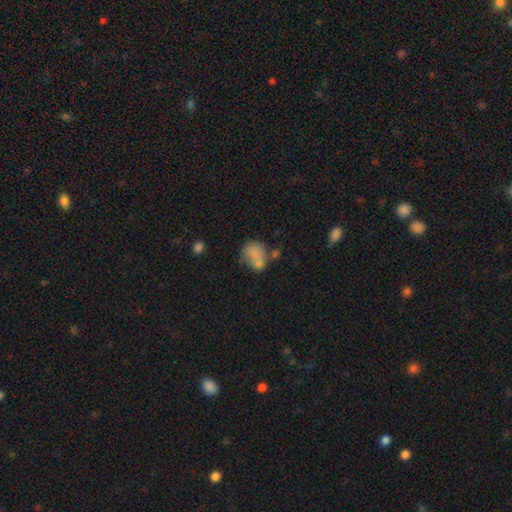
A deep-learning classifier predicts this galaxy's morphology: Smooth or featured? smooth (73%)
How rounded? in between (56%)
Merging? none (34%)